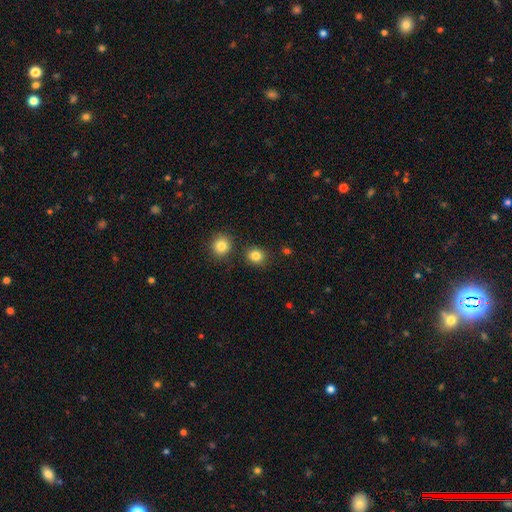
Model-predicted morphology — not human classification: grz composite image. It shows a smooth galaxy with no disk features (84%) that is round (83%). Merging: none (86%).